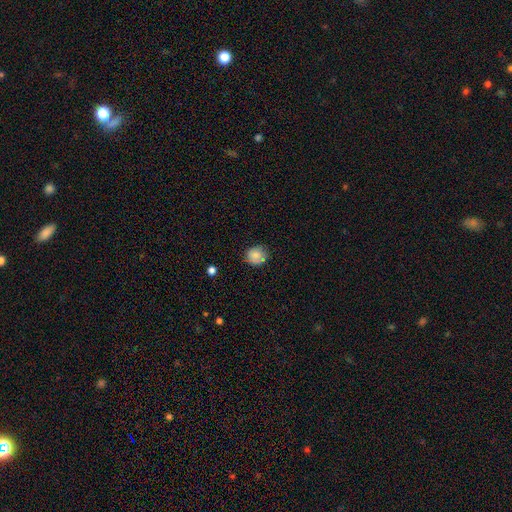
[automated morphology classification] Smooth or featured?
  - smooth: 78% *
  - featured or disk: 13%
  - star or artifact: 9%
How rounded?
  - round: 80% *
  - in between: 19%
  - cigar-shaped: 1%
Merging?
  - none: 72% *
  - minor disturbance: 20%
  - major disturbance: 4%
  - merger: 3%